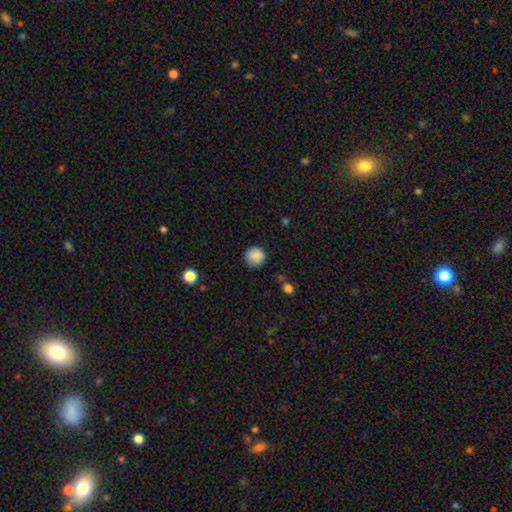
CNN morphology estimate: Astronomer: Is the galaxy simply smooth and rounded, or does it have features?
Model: smooth — 88%.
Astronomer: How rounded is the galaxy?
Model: round — 94%.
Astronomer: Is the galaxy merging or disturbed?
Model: none — 86%.